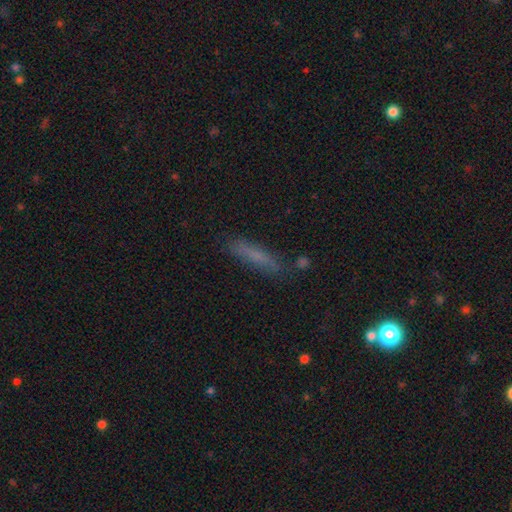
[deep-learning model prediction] A smooth galaxy with no disk features (64%) that is cigar-shaped (84%). Merging: none (80%).